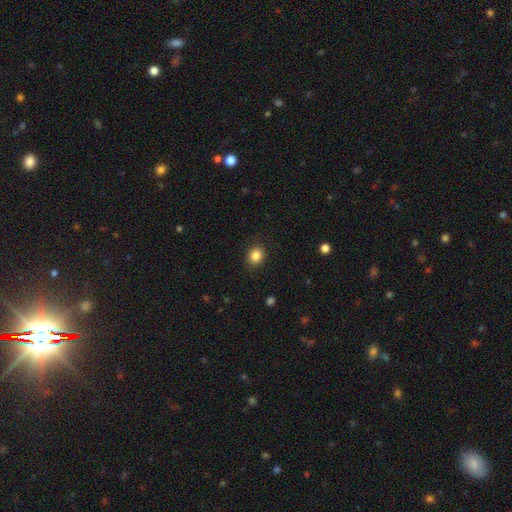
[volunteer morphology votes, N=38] Volunteers were most divided on "how rounded": round: 82%, in between: 18%, cigar-shaped: 0%. More confident: smooth or featured — smooth (89%); merging — none (82%).